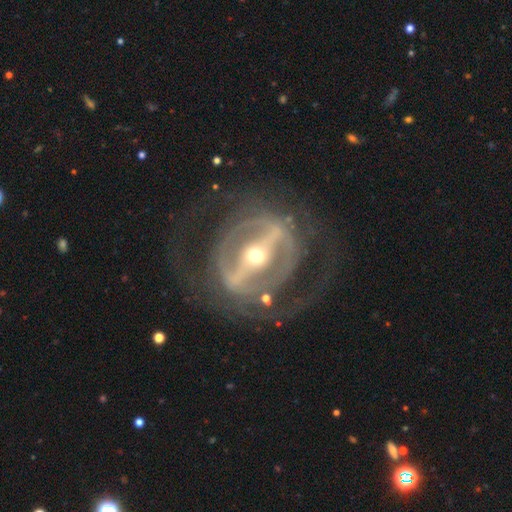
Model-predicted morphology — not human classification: Smooth or featured?
  - featured or disk: 87% *
  - smooth: 7%
  - star or artifact: 6%
Edge-on disk?
  - no: 88% *
  - yes: 12%
Bar?
  - strong: 84% *
  - weak: 11%
  - no: 5%
Spiral arms?
  - no: 51% *
  - yes: 49%
Bulge size?
  - moderate: 56% *
  - small: 38%
  - large: 4%
  - dominant: 1%
  - none: 1%
Merging?
  - none: 64% *
  - major disturbance: 20%
  - minor disturbance: 14%
  - merger: 2%